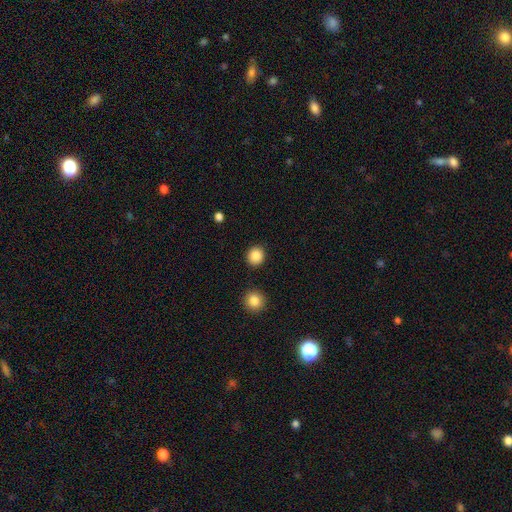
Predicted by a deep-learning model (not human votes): Q: Smooth or featured?
A: smooth (87%); runner-up: star or artifact (9%)
Q: How rounded?
A: round (87%); runner-up: in between (12%)
Q: Merging?
A: none (90%); runner-up: minor disturbance (6%)